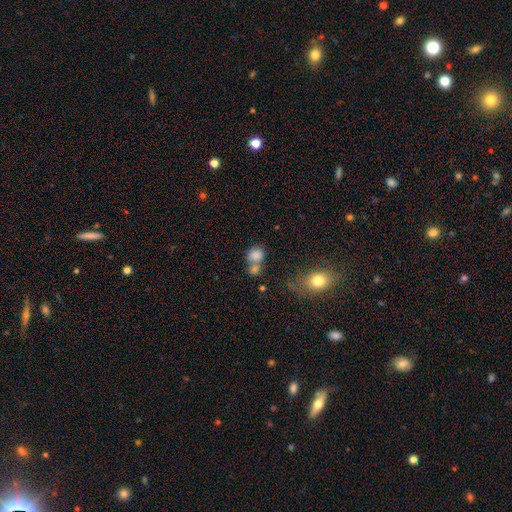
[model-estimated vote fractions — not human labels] A smooth galaxy with no disk features (81%) that is round (71%).

Vote fractions:
- Smooth or featured? smooth: 81% / star or artifact: 10% / featured or disk: 9%
- How rounded? round: 71% / in between: 28% / cigar-shaped: 1%
- Merging? merger: 47% / none: 39% / minor disturbance: 10% / major disturbance: 5%